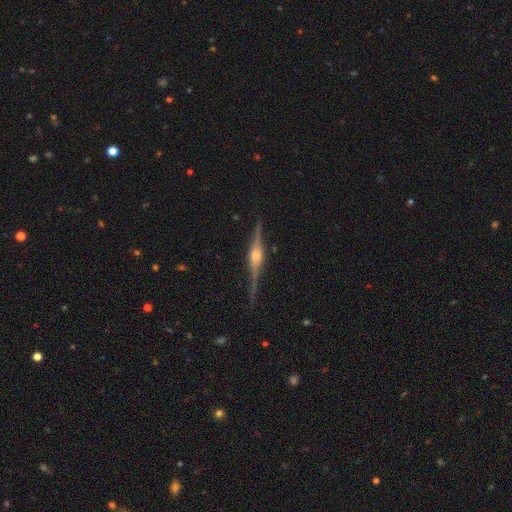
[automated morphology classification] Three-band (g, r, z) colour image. It shows a featured or disk galaxy (87%) viewed edge-on (98%) with a rounded central bulge (85%). Merging: none (88%).